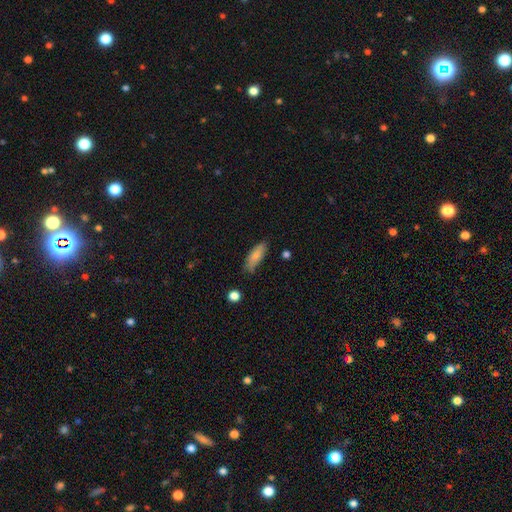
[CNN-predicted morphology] A smooth galaxy with no disk features (81%) that is in between round and cigar-shaped (68%).

Vote fractions:
- Smooth or featured? smooth: 81% / featured or disk: 13% / star or artifact: 7%
- How rounded? in between: 68% / cigar-shaped: 30% / round: 2%
- Merging? none: 69% / minor disturbance: 24% / major disturbance: 4% / merger: 2%